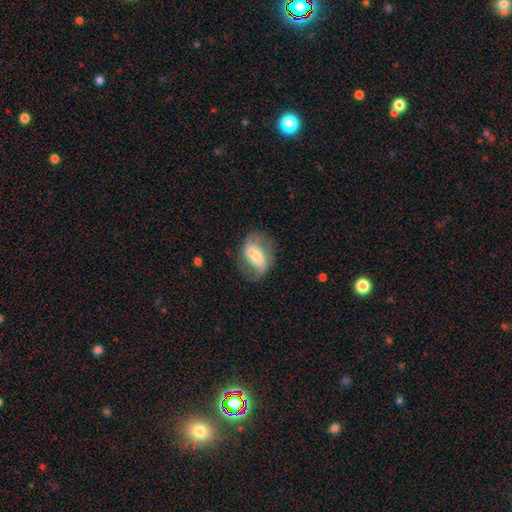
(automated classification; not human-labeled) Overall: featured or disk (53%; smooth 40%). Edge-on disk: no (92%). Merging: none (65%).